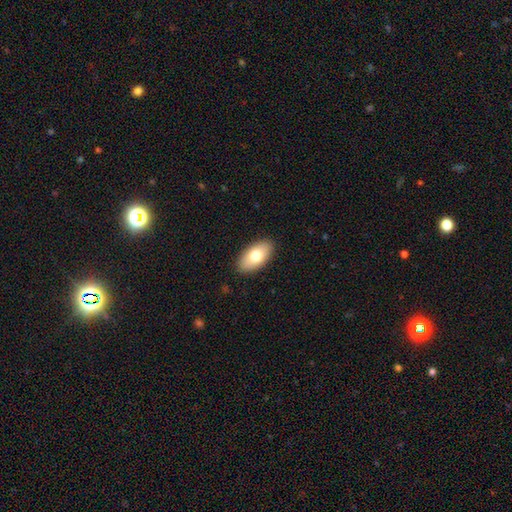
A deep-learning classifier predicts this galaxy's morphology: A smooth galaxy with no disk features (75%) that is in between round and cigar-shaped (94%). Merging: none (88%).